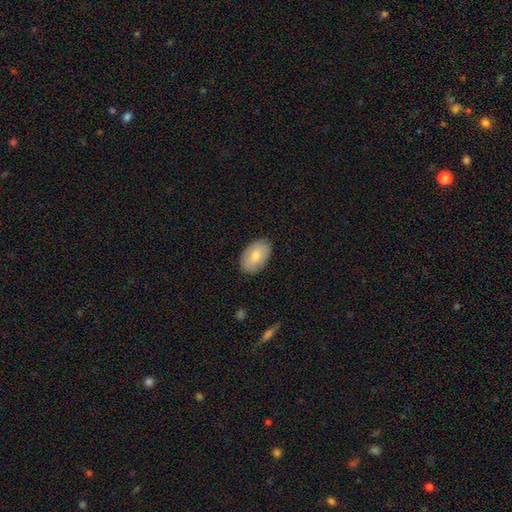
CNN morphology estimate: Q: Smooth or featured?
A: smooth (72%); runner-up: featured or disk (22%)
Q: How rounded?
A: in between (91%); runner-up: round (8%)
Q: Merging?
A: none (87%); runner-up: minor disturbance (10%)